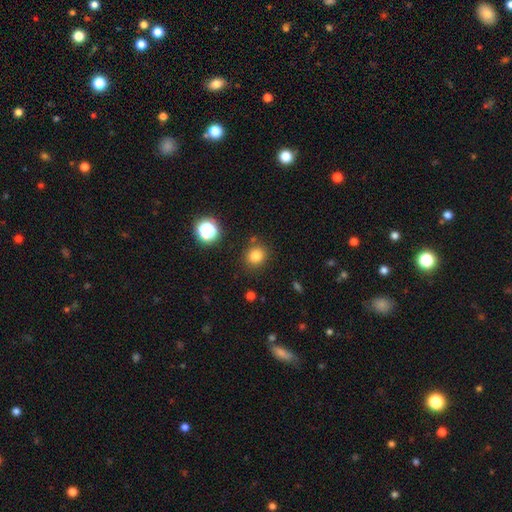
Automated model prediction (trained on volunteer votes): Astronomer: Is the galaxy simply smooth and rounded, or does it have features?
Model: smooth — 81%.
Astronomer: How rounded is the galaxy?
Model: round — 84%.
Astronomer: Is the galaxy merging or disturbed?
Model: none — 84%.